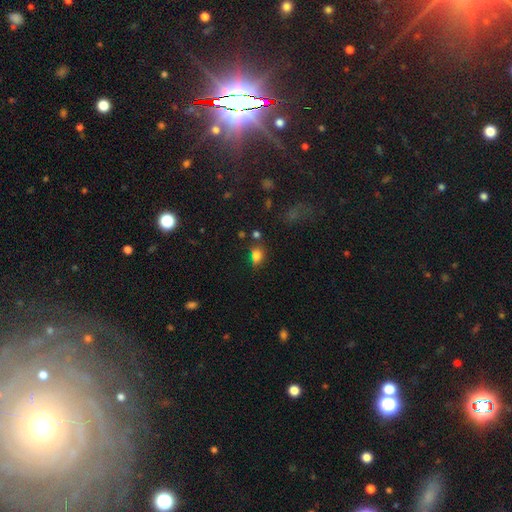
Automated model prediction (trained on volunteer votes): Smooth or featured? Predicted: smooth (p=0.77). How rounded? Predicted: in between (p=0.62). Merging? Predicted: none (p=0.60).